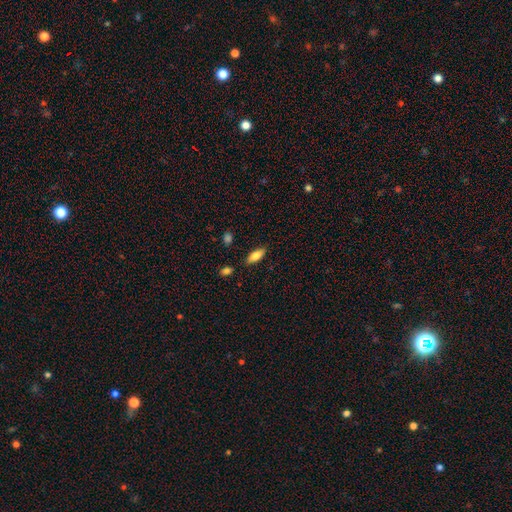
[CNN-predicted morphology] This appears to be a smooth galaxy with no disk features (80%) that is in between round and cigar-shaped (77%). Merging: none (84%).